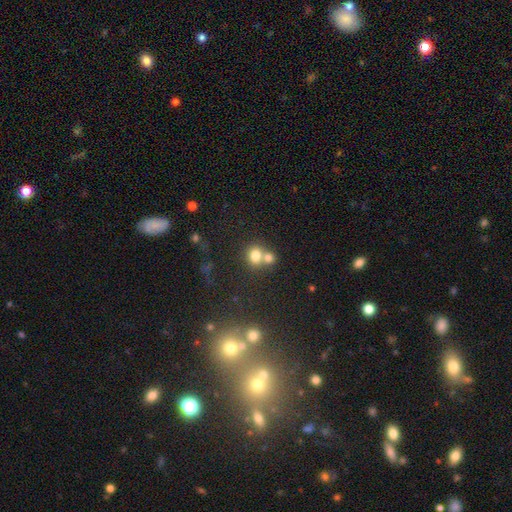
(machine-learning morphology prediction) Smooth or featured? smooth (76%)
How rounded? round (71%)
Merging? merger (53%)